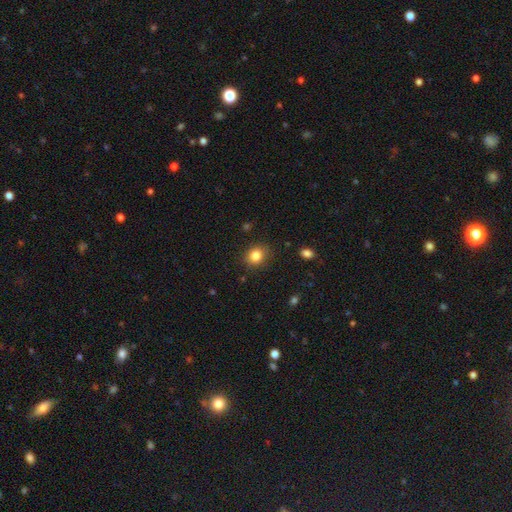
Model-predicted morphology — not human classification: A smooth galaxy with no disk features (84%) that is round (66%). Merging: none (85%).